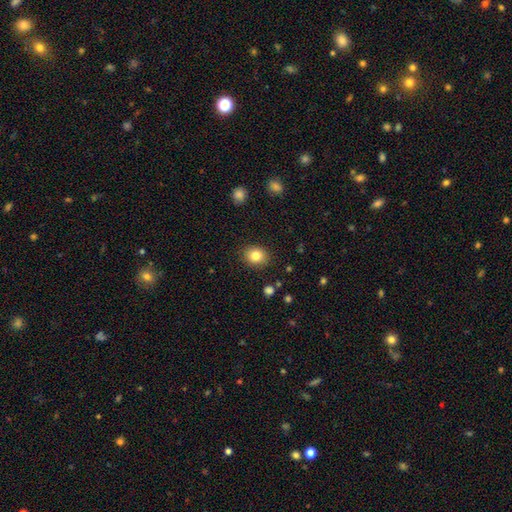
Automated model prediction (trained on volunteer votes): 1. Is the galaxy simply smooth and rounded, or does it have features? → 83% smooth, 10% star or artifact, 7% featured or disk.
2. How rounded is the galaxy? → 64% round, 36% in between, 1% cigar-shaped.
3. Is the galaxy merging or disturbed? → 89% none, 8% minor disturbance, 2% major disturbance, 1% merger.